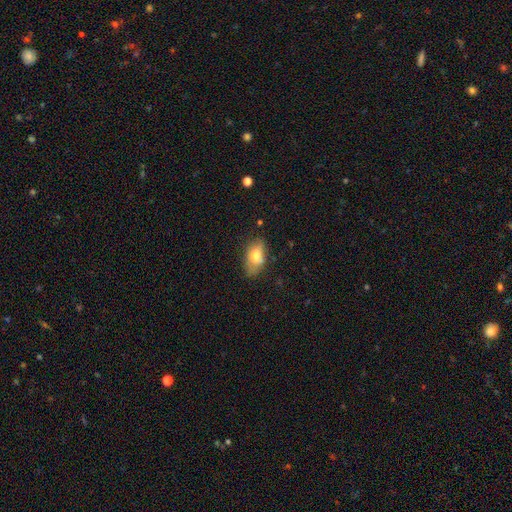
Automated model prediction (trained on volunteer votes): Smooth or featured?
  - smooth: 72% *
  - featured or disk: 20%
  - star or artifact: 8%
How rounded?
  - in between: 90% *
  - round: 7%
  - cigar-shaped: 3%
Merging?
  - none: 61% *
  - minor disturbance: 27%
  - major disturbance: 6%
  - merger: 5%